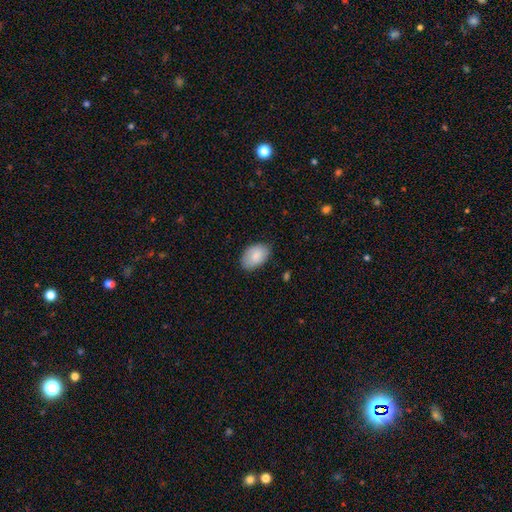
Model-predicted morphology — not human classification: type=smooth (85%); roundness=in between (90%); merging=none (80%).